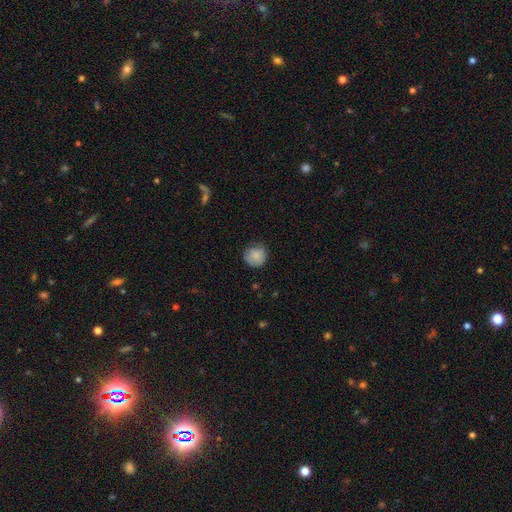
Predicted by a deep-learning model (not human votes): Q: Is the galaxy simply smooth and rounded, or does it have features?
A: smooth — 84%.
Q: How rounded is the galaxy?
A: round — 90%.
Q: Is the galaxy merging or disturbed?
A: none — 72%.